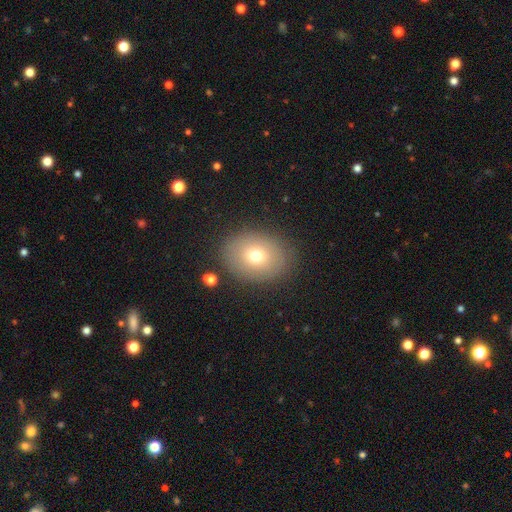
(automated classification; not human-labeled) Smooth or featured: smooth — 71% (featured or disk — 18%)
How rounded: in between — 50% (round — 49%)
Merging: none — 84% (minor disturbance — 10%)